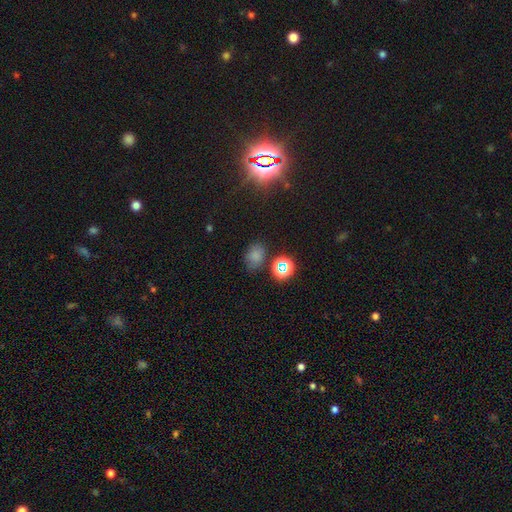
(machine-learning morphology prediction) Smooth or featured: smooth — 69% (star or artifact — 24%)
How rounded: in between — 62% (round — 37%)
Merging: none — 68% (minor disturbance — 20%)